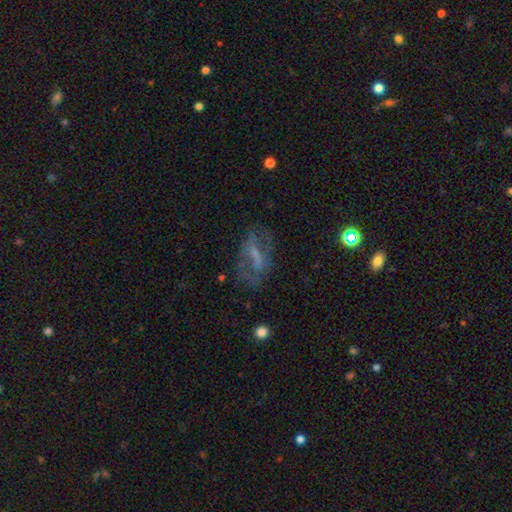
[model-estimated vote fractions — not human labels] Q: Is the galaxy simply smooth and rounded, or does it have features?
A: featured or disk — 58%.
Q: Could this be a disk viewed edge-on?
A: no — 91%.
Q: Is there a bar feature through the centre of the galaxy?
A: weak — 38%.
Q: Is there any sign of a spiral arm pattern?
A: no — 58%.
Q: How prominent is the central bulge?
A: small — 38%, tied with none.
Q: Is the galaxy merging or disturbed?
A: none — 57%.